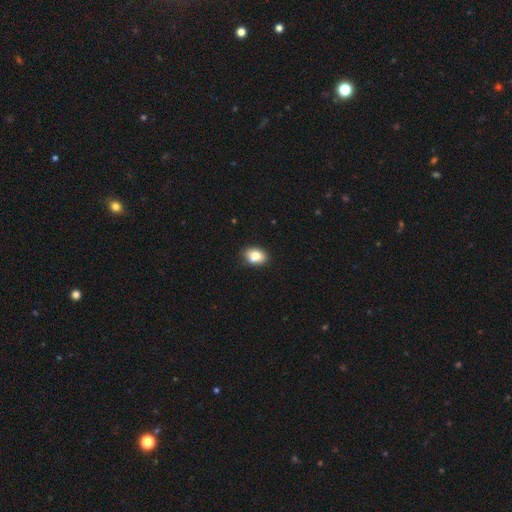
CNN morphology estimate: Smooth or featured? smooth (80%)
How rounded? in between (74%)
Merging? none (73%)